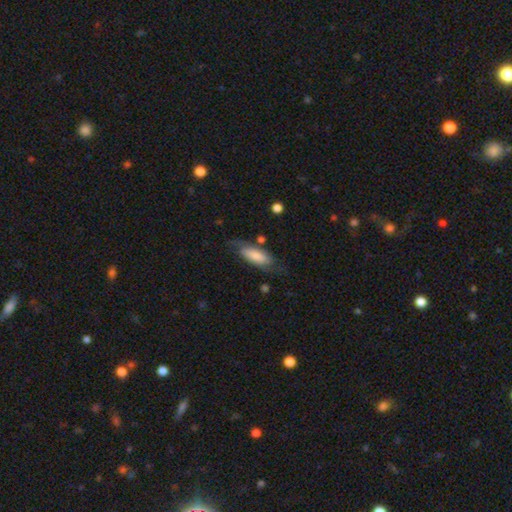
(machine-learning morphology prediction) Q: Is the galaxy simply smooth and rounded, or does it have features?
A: smooth — 65%.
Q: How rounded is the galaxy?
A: in between — 75%.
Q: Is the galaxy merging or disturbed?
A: none — 61%.